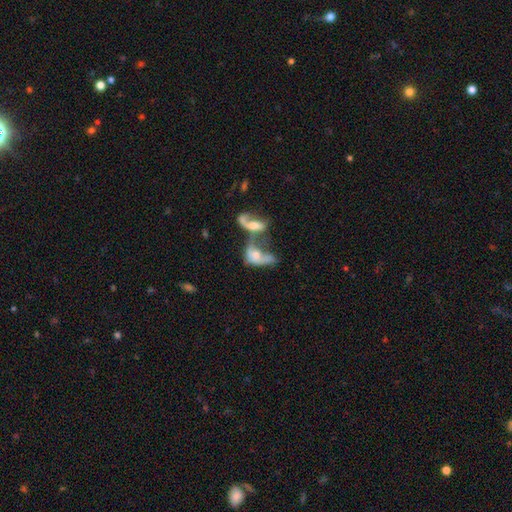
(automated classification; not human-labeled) smooth 47%, featured or disk 43%, star or artifact 10%. Down the decision tree: merging — merger (73%).